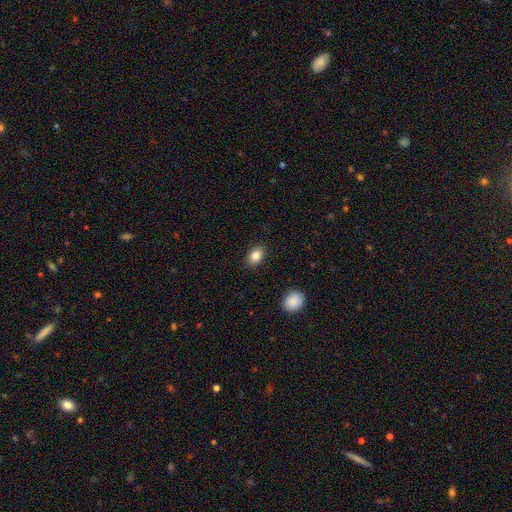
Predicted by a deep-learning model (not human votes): Q: Smooth or featured?
A: smooth (85%); runner-up: star or artifact (9%)
Q: How rounded?
A: in between (78%); runner-up: round (20%)
Q: Merging?
A: none (88%); runner-up: minor disturbance (9%)